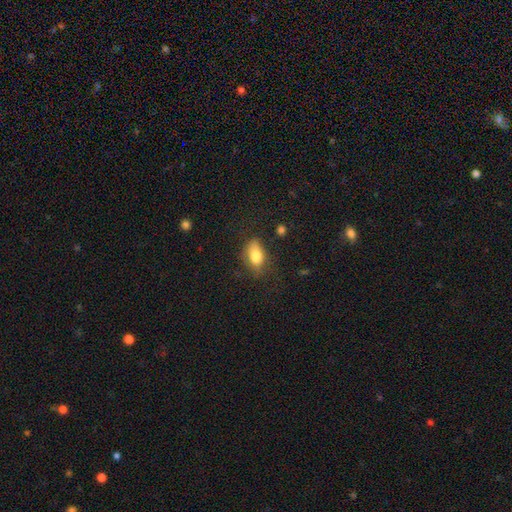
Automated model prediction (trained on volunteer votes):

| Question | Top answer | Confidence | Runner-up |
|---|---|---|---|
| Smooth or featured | smooth | 79% | featured or disk (12%) |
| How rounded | in between | 88% | round (8%) |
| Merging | none | 64% | minor disturbance (24%) |